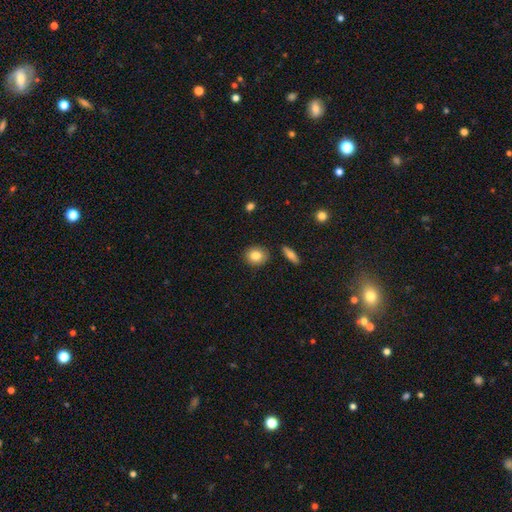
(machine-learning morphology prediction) This is clearly a smooth galaxy (83%). How rounded: likely round (74%). Merging: clearly none (87%).